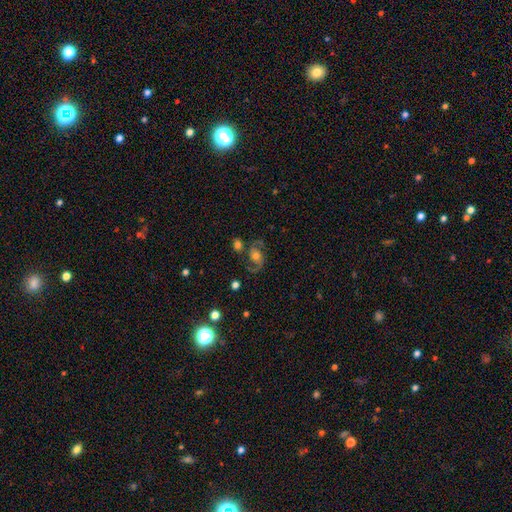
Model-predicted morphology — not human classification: smooth_or_featured: featured or disk (p=0.76) [alt: smooth p=0.15]
disk_edge_on: no (p=0.97) [alt: yes p=0.03]
bar: no (p=0.69) [alt: weak p=0.25]
has_spiral_arms: yes (p=0.93) [alt: no p=0.07]
spiral_winding: medium (p=0.47) [alt: loose p=0.40]
spiral_arm_count: 2 (p=0.84) [alt: 1 p=0.09]
bulge_size: moderate (p=0.61) [alt: small p=0.21]
merging: none (p=0.59) [alt: minor disturbance p=0.16]